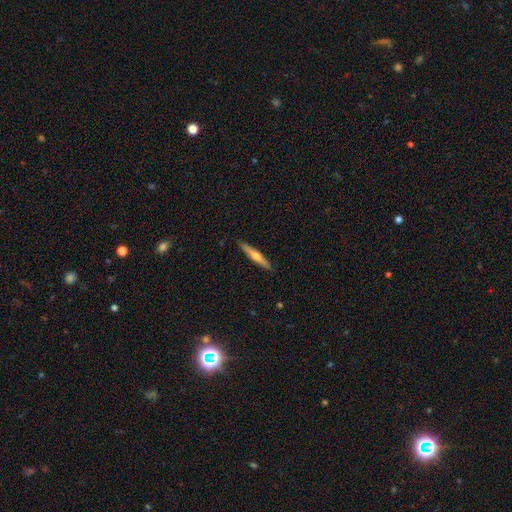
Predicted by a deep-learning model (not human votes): A featured or disk galaxy (51%) viewed edge-on (95%). Merging: none (90%).